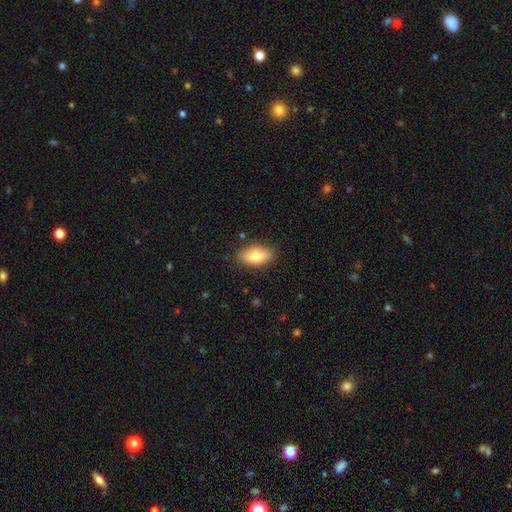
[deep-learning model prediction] Smooth or featured?
  - smooth: 72% *
  - featured or disk: 21%
  - star or artifact: 7%
How rounded?
  - in between: 86% *
  - cigar-shaped: 9%
  - round: 5%
Merging?
  - none: 86% *
  - minor disturbance: 11%
  - major disturbance: 2%
  - merger: 1%